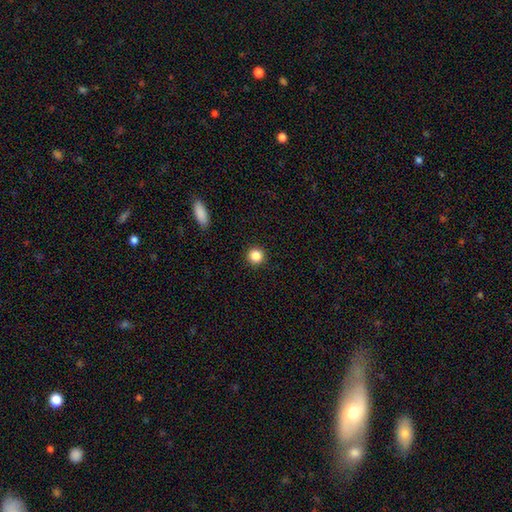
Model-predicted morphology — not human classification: smooth_or_featured: smooth (p=0.86) [alt: star or artifact p=0.10]
how_rounded: round (p=0.95) [alt: in between p=0.04]
merging: none (p=0.93) [alt: minor disturbance p=0.04]